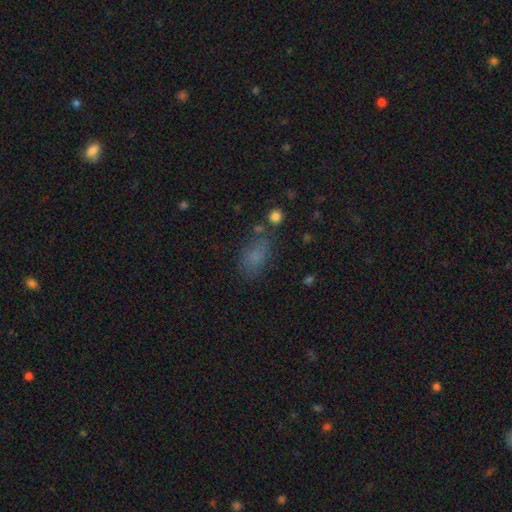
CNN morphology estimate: A smooth galaxy with no disk features (72%) that is in between round and cigar-shaped (85%). Merging: none (63%).